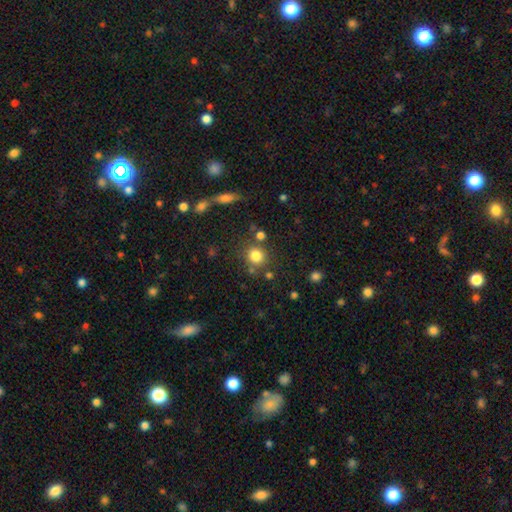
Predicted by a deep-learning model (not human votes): smooth_or_featured: smooth (p=0.80) [alt: star or artifact p=0.13]
how_rounded: round (p=0.88) [alt: in between p=0.11]
merging: none (p=0.76) [alt: merger p=0.10]